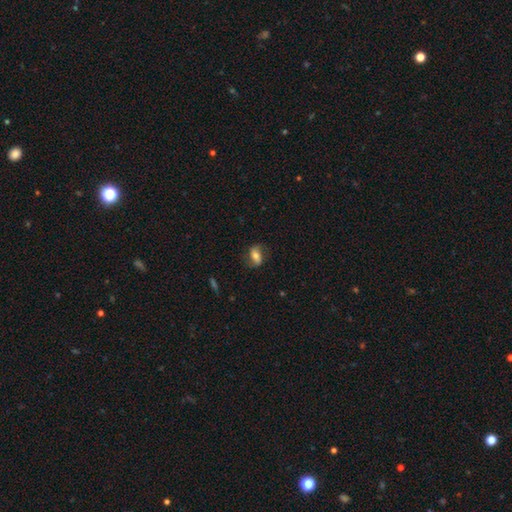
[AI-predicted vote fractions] Morphology: type=smooth (50%); roundness=in between (80%); merging=none (73%).